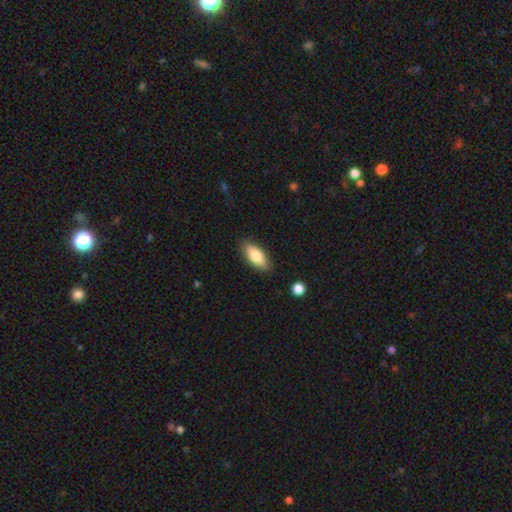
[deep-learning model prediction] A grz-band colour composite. It shows a smooth galaxy with no disk features (78%) that is in between round and cigar-shaped (83%). Merging: none (86%).